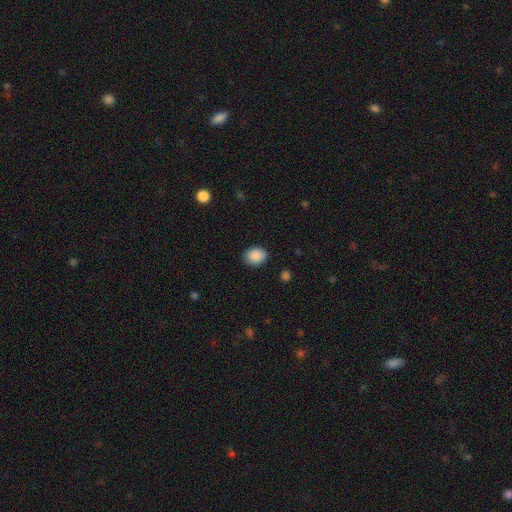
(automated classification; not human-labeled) The model was most divided on "how rounded": round: 50%, in between: 49%, cigar-shaped: 1%. More confident: smooth or featured — smooth (90%); merging — none (86%).